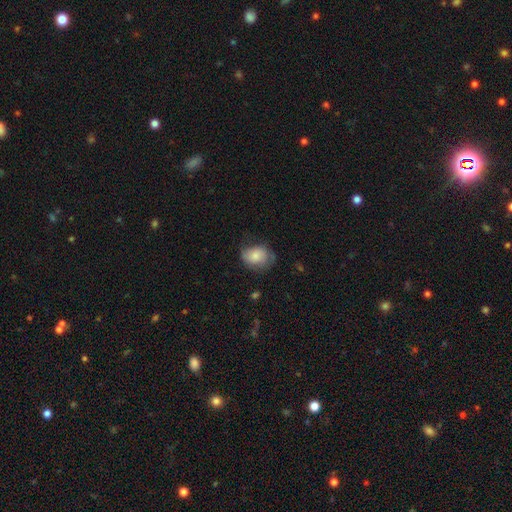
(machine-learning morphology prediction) Smooth or featured? smooth (76%)
How rounded? in between (63%)
Merging? none (54%)